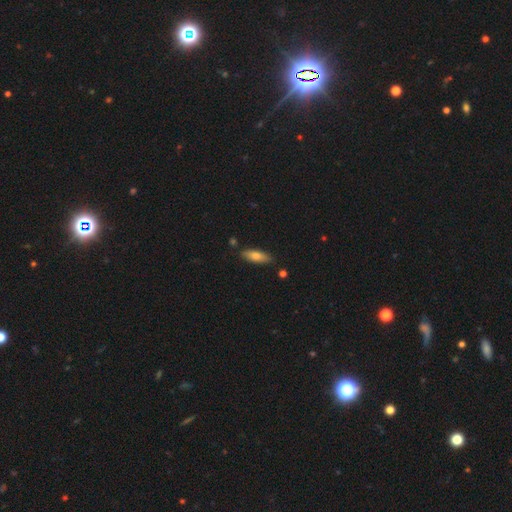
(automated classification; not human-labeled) Smooth or featured: smooth — 73% (featured or disk — 21%)
How rounded: in between — 57% (cigar-shaped — 41%)
Merging: none — 83% (minor disturbance — 12%)